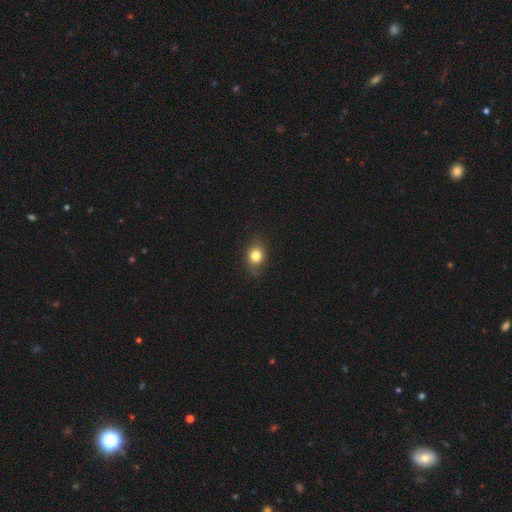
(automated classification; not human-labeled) Smooth or featured? smooth (79%)
How rounded? round (57%)
Merging? none (75%)